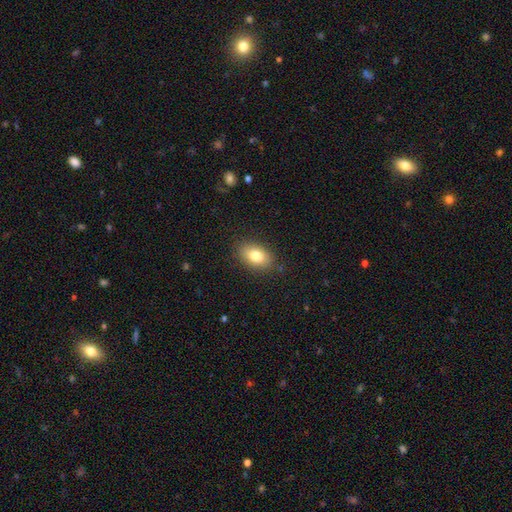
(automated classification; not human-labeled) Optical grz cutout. It shows a smooth galaxy with no disk features (80%) that is in between round and cigar-shaped (87%). Merging: none (86%).